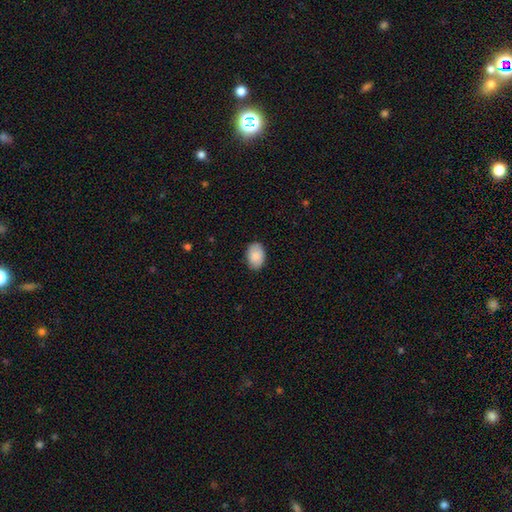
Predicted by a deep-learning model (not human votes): smooth 88%, star or artifact 6%, featured or disk 6%. Down the decision tree: how rounded — in between (86%); merging — none (86%).